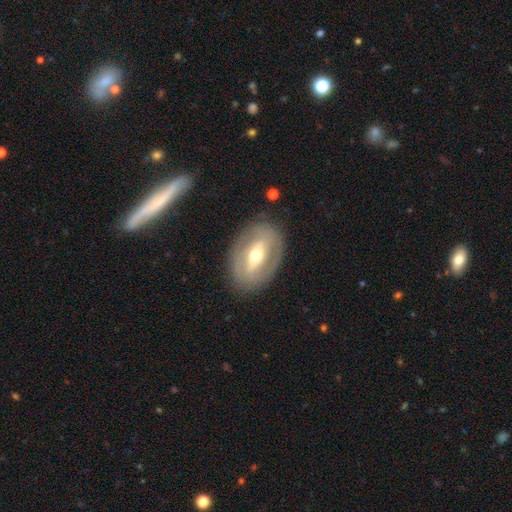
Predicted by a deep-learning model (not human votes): Morphology: type=featured or disk (65%); edge-on=no (88%); bar=strong (52%); spiral arms=no (67%); bulge=moderate (68%); merging=none (82%).